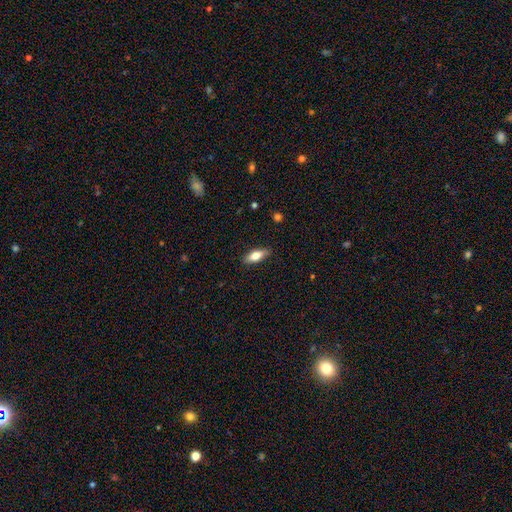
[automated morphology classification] Smooth or featured?
  - smooth: 72% *
  - featured or disk: 21%
  - star or artifact: 7%
How rounded?
  - in between: 71% *
  - cigar-shaped: 27%
  - round: 3%
Merging?
  - none: 85% *
  - minor disturbance: 12%
  - major disturbance: 2%
  - merger: 1%